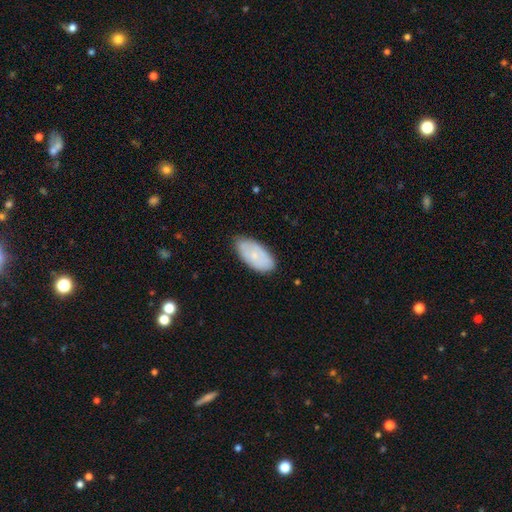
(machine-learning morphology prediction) The model was most divided on "smooth or featured": smooth: 64%, featured or disk: 29%, star or artifact: 6%. More confident: how rounded — in between (94%); merging — none (76%).